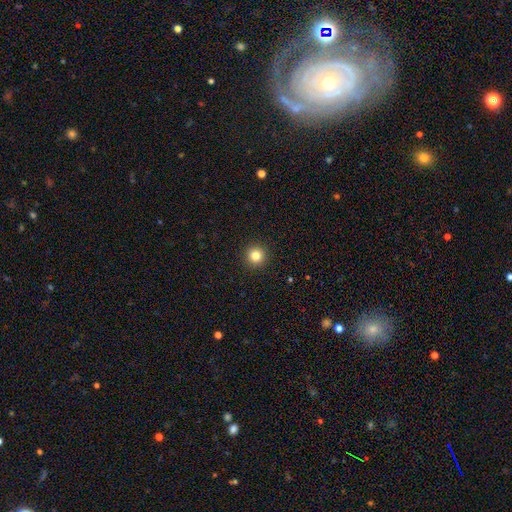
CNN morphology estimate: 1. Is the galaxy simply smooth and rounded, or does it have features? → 82% smooth, 12% star or artifact, 5% featured or disk.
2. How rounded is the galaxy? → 96% round, 3% in between, 1% cigar-shaped.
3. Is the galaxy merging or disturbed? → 93% none, 4% minor disturbance, 2% major disturbance, 1% merger.